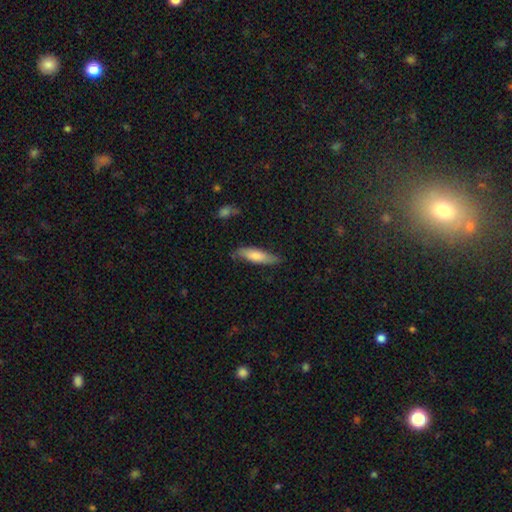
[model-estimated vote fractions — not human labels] A smooth galaxy with no disk features (75%) that is cigar-shaped (65%).

Vote fractions:
- Smooth or featured? smooth: 75% / featured or disk: 19% / star or artifact: 6%
- How rounded? cigar-shaped: 65% / in between: 34% / round: 2%
- Merging? none: 74% / minor disturbance: 20% / major disturbance: 4% / merger: 2%